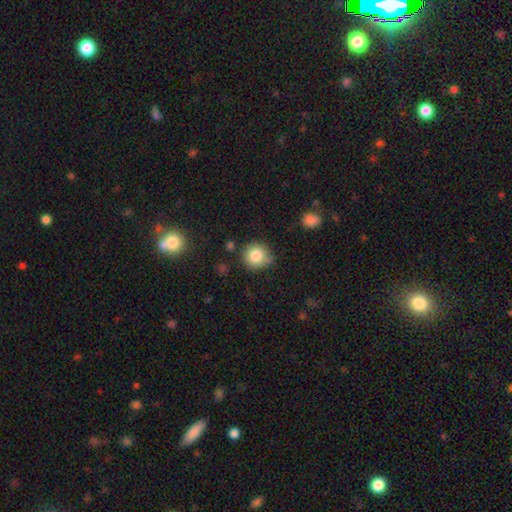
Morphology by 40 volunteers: smooth-or-featured: smooth: 78% | featured or disk: 15% | star or artifact: 8%
  how-rounded: round: 90% | in between: 10% | cigar-shaped: 0%
  merging: none: 68% | minor disturbance: 19% | merger: 8% | major disturbance: 5%